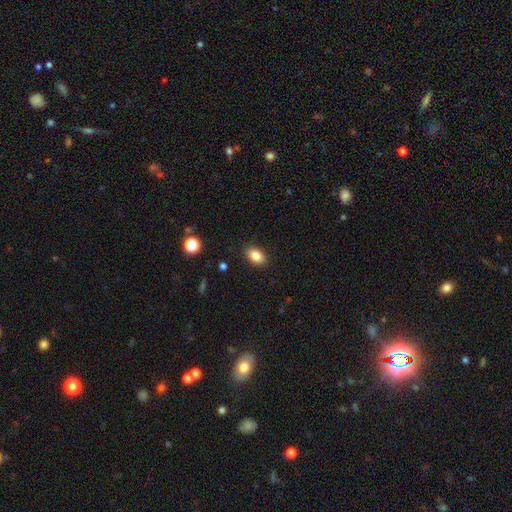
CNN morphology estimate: Q: Smooth or featured?
A: smooth (85%); runner-up: star or artifact (9%)
Q: How rounded?
A: in between (87%); runner-up: round (11%)
Q: Merging?
A: none (88%); runner-up: minor disturbance (9%)